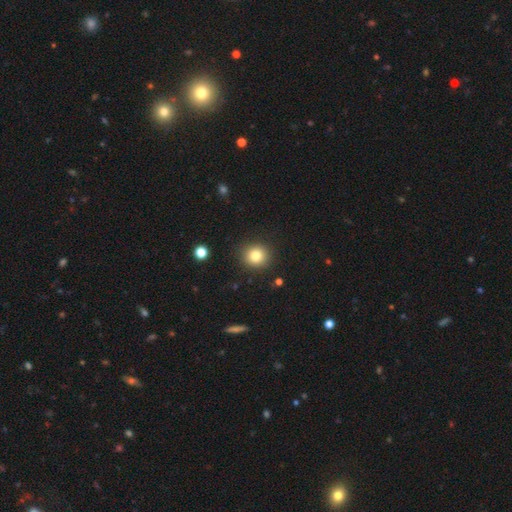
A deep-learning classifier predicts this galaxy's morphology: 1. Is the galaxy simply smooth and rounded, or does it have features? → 82% smooth, 11% star or artifact, 7% featured or disk.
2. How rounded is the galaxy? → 85% round, 14% in between, 1% cigar-shaped.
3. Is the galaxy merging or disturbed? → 89% none, 7% minor disturbance, 2% major disturbance, 1% merger.